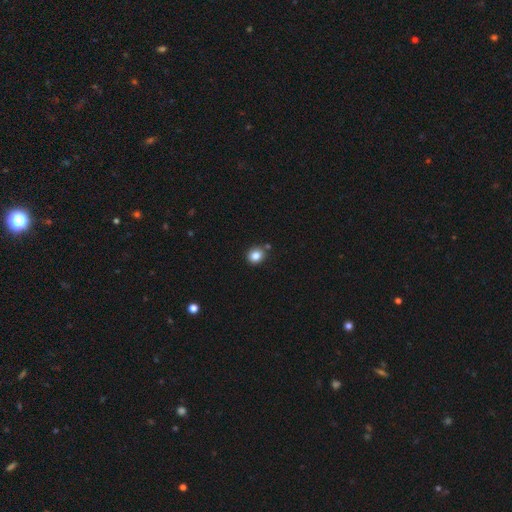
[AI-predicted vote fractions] This appears to be a smooth galaxy with no disk features (84%) that is round (79%). Merging: none (80%).